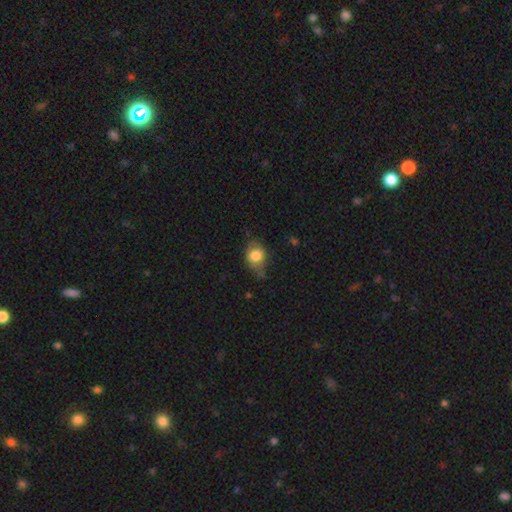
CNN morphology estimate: Overall: smooth (74%). How rounded: in between (56%; round 42%). Merging: none (45%; minor disturbance 37%).